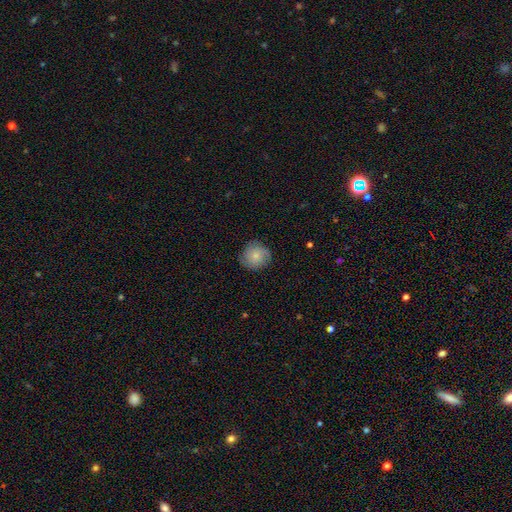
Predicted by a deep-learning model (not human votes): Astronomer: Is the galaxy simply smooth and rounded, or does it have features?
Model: smooth — 63%.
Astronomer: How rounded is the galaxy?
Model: round — 90%.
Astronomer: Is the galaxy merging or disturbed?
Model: none — 79%.